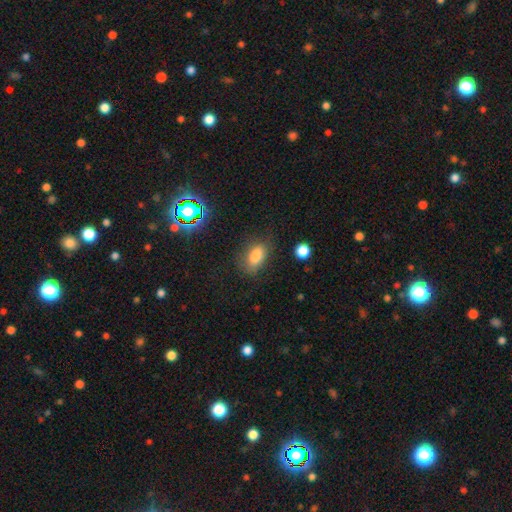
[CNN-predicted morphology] This is likely a smooth galaxy (80%). How rounded: clearly in between (87%). Merging: likely none (74%).